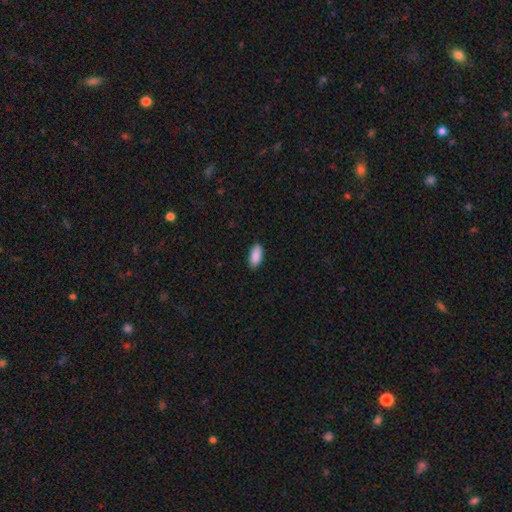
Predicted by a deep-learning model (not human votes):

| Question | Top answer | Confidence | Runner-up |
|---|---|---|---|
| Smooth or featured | smooth | 91% | star or artifact (6%) |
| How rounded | in between | 91% | cigar-shaped (7%) |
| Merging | none | 87% | minor disturbance (10%) |